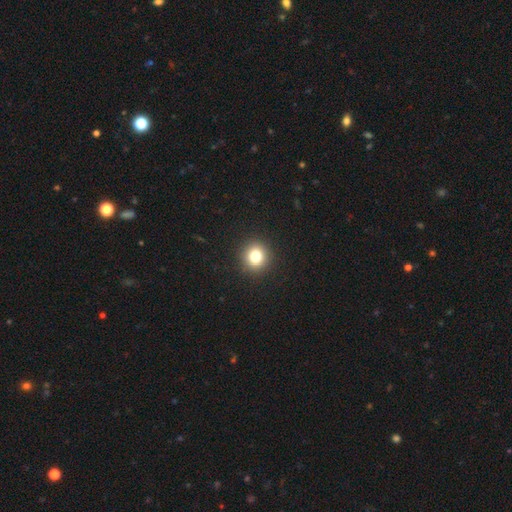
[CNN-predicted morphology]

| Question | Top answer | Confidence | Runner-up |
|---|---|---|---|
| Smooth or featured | smooth | 80% | star or artifact (13%) |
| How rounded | round | 88% | in between (11%) |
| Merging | none | 93% | minor disturbance (5%) |